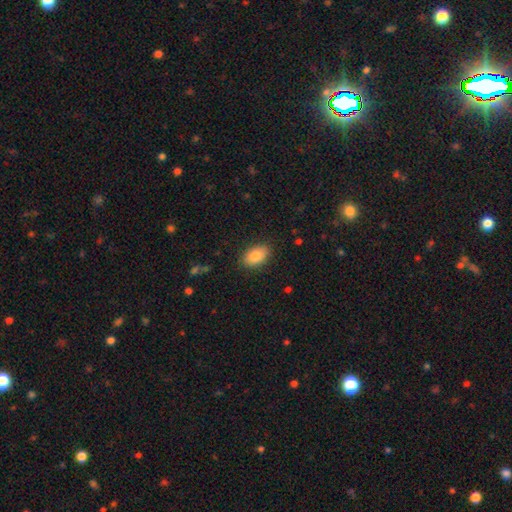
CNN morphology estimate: smooth-or-featured: smooth: 84% | featured or disk: 9% | star or artifact: 7%
  how-rounded: in between: 90% | round: 9% | cigar-shaped: 2%
  merging: none: 86% | minor disturbance: 11% | major disturbance: 3% | merger: 1%